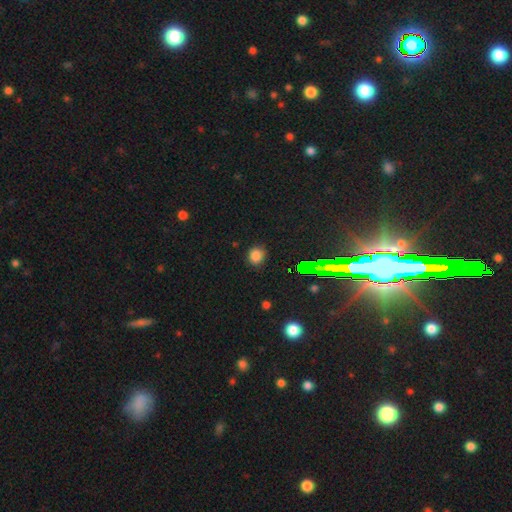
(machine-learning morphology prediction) A smooth galaxy with no disk features (78%) that is round (72%).

Vote fractions:
- Smooth or featured? smooth: 78% / star or artifact: 18% / featured or disk: 5%
- How rounded? round: 72% / in between: 27% / cigar-shaped: 1%
- Merging? none: 85% / minor disturbance: 11% / major disturbance: 3% / merger: 1%